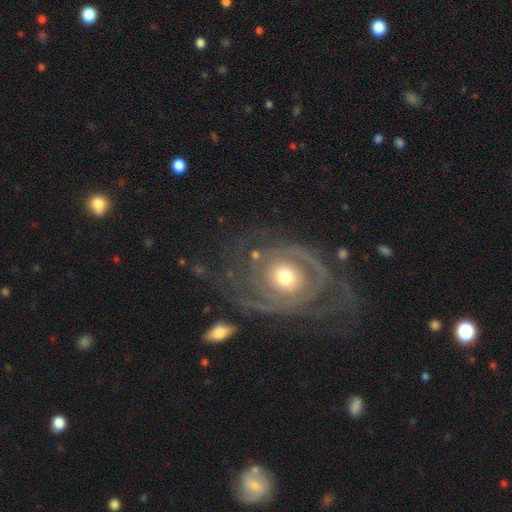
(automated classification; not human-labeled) smooth-or-featured: featured or disk: 85% | smooth: 9% | star or artifact: 6%
  disk-edge-on: no: 97% | yes: 3%
    bar: no: 79% | weak: 15% | strong: 5%
    has-spiral-arms: yes: 89% | no: 11%
      spiral-winding: tight: 60% | medium: 29% | loose: 11%
      spiral-arm-count: 2: 43% | can't tell: 23% | 3: 15% | 1: 8% | 4: 6% | more than 4: 6%
    bulge-size: moderate: 71% | small: 16% | large: 11% | dominant: 1% | none: 1%
  merging: none: 62% | major disturbance: 18% | minor disturbance: 17% | merger: 4%